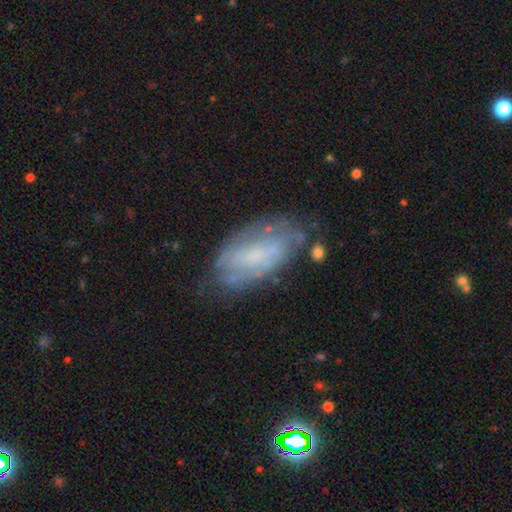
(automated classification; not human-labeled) Smooth or featured?
  - featured or disk: 57% *
  - smooth: 35%
  - star or artifact: 8%
Edge-on disk?
  - no: 92% *
  - yes: 8%
Bar?
  - no: 52% *
  - weak: 36%
  - strong: 12%
Spiral arms?
  - yes: 65% *
  - no: 35%
Bulge size?
  - small: 47% *
  - none: 28%
  - moderate: 20%
  - large: 4%
  - dominant: 1%
Merging?
  - none: 61% *
  - minor disturbance: 24%
  - major disturbance: 11%
  - merger: 4%